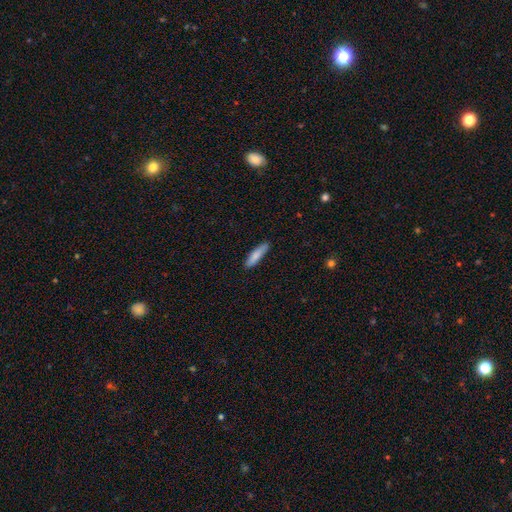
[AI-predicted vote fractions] Smooth or featured: smooth — 84% (featured or disk — 10%)
How rounded: cigar-shaped — 76% (in between — 22%)
Merging: none — 86% (minor disturbance — 11%)